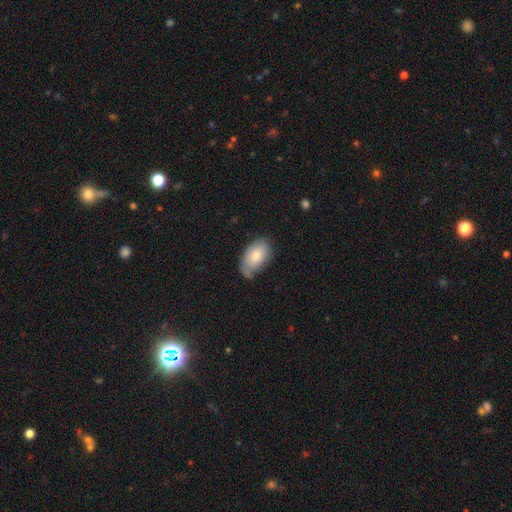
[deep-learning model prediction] A smooth galaxy with no disk features (75%) that is in between round and cigar-shaped (93%). Merging: none (56%).